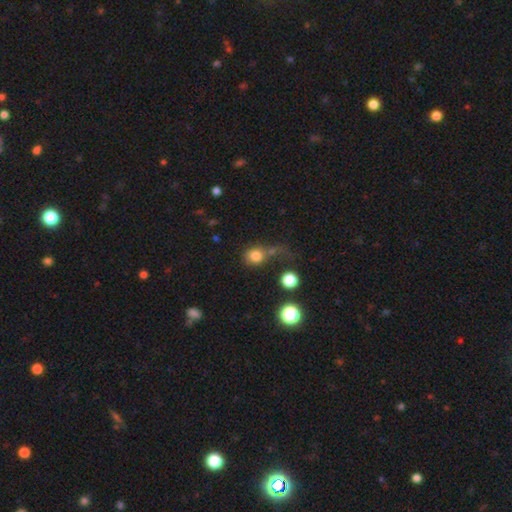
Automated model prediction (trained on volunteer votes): Smooth or featured?
  - smooth: 80% *
  - star or artifact: 13%
  - featured or disk: 8%
How rounded?
  - round: 77% *
  - in between: 22%
  - cigar-shaped: 1%
Merging?
  - none: 47% *
  - merger: 20%
  - minor disturbance: 18%
  - major disturbance: 15%